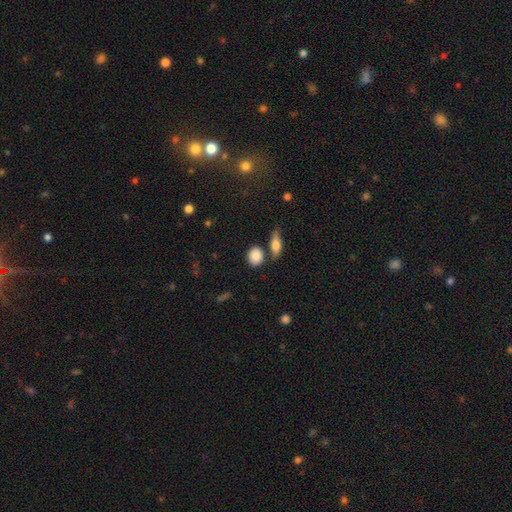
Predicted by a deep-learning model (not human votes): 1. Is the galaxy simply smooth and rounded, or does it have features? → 85% smooth, 8% star or artifact, 7% featured or disk.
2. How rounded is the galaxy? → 62% round, 34% in between, 4% cigar-shaped.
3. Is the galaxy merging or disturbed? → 71% none, 13% minor disturbance, 12% merger, 4% major disturbance.